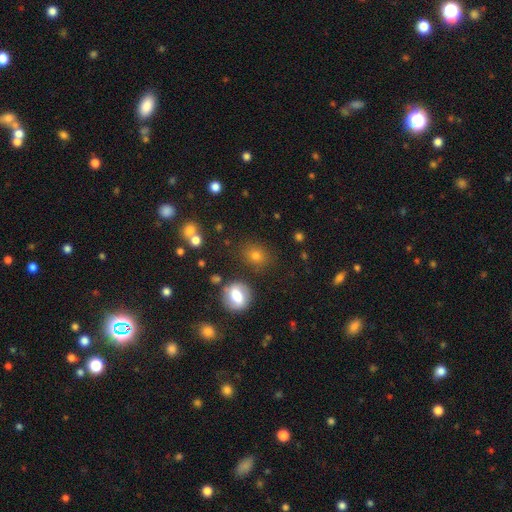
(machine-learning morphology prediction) Smooth or featured: smooth — 74% (star or artifact — 16%)
How rounded: round — 59% (in between — 39%)
Merging: none — 79% (minor disturbance — 12%)